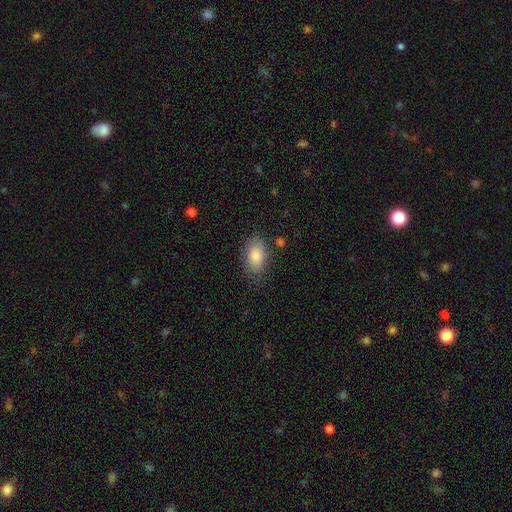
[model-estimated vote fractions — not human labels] smooth-or-featured: smooth: 84% | featured or disk: 9% | star or artifact: 7%
  how-rounded: in between: 91% | round: 6% | cigar-shaped: 3%
  merging: none: 78% | minor disturbance: 16% | major disturbance: 4% | merger: 2%